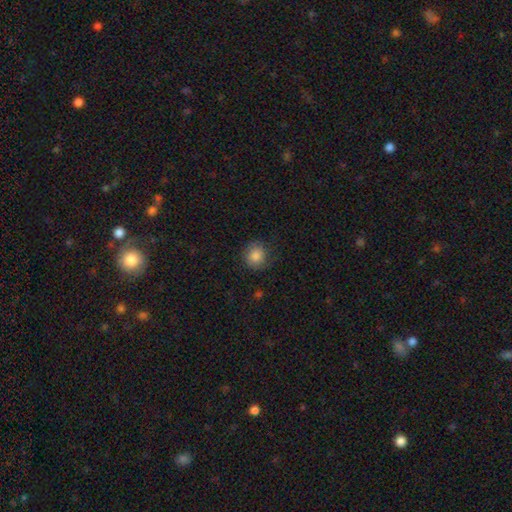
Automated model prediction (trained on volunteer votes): Smooth or featured?
  - smooth: 83% *
  - star or artifact: 9%
  - featured or disk: 8%
How rounded?
  - round: 86% *
  - in between: 13%
  - cigar-shaped: 1%
Merging?
  - none: 75% *
  - minor disturbance: 18%
  - major disturbance: 6%
  - merger: 1%